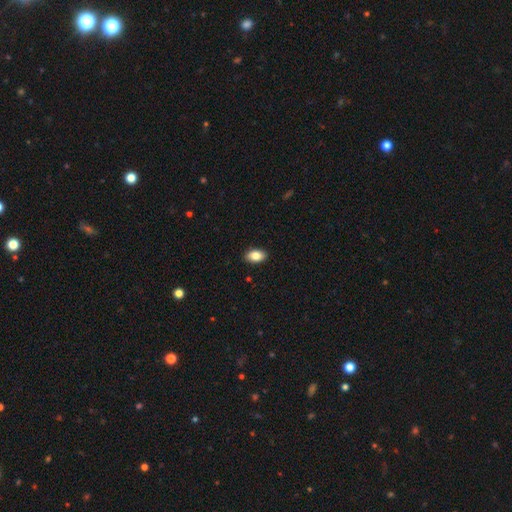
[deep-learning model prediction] smooth-or-featured: smooth: 84% | featured or disk: 9% | star or artifact: 7%
  how-rounded: in between: 91% | round: 7% | cigar-shaped: 2%
  merging: none: 90% | minor disturbance: 8% | major disturbance: 2% | merger: 1%